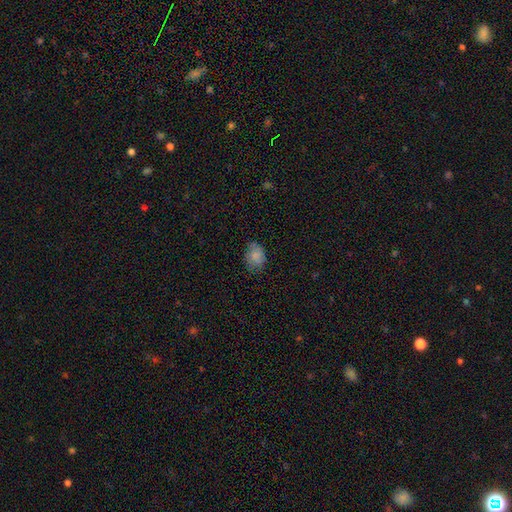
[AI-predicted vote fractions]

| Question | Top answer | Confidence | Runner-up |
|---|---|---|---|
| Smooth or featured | smooth | 83% | star or artifact (9%) |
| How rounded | in between | 69% | round (30%) |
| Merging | none | 67% | minor disturbance (25%) |